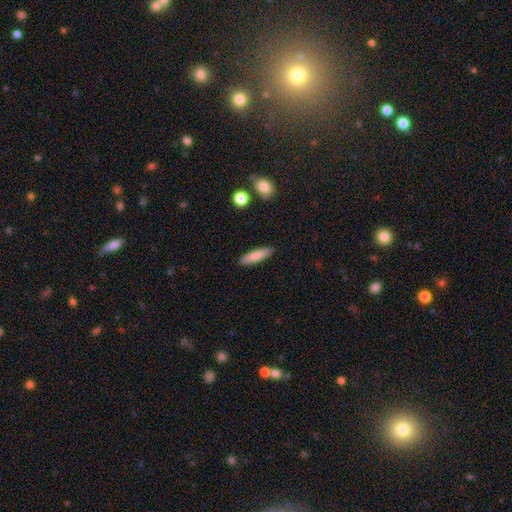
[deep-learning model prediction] smooth 82%, featured or disk 12%, star or artifact 6%. Down the decision tree: how rounded — cigar-shaped (72%); merging — none (89%).